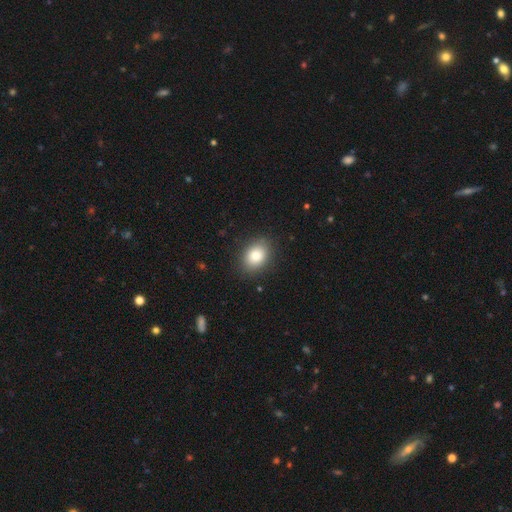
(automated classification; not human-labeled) smooth 82%, featured or disk 9%, star or artifact 9%. Down the decision tree: how rounded — in between (67%); merging — none (87%).